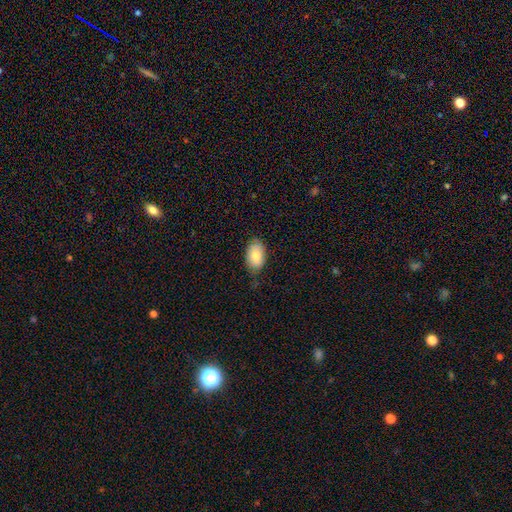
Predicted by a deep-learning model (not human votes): A smooth galaxy with no disk features (80%) that is in between round and cigar-shaped (91%). Merging: none (76%).